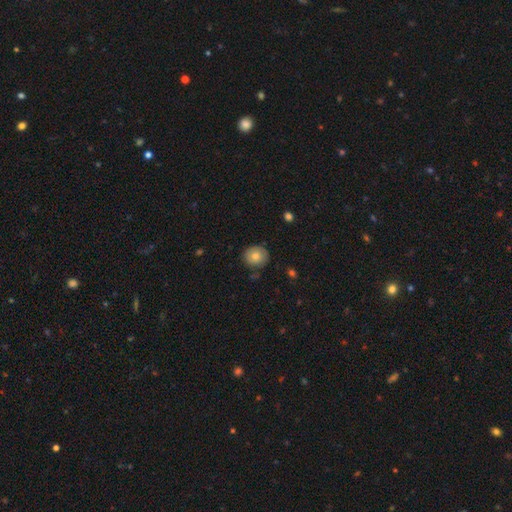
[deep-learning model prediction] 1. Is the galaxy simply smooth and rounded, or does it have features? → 76% smooth, 15% featured or disk, 9% star or artifact.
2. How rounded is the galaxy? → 78% round, 21% in between, 1% cigar-shaped.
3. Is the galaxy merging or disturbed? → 82% none, 14% minor disturbance, 3% major disturbance, 2% merger.